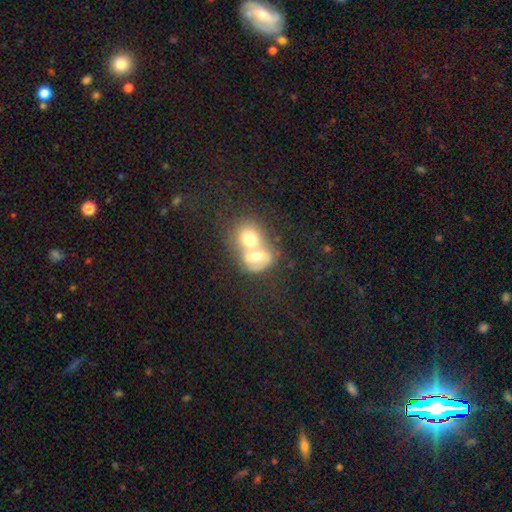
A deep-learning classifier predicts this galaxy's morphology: Smooth or featured? Predicted: smooth (p=0.56). How rounded? Predicted: round (p=0.57). Merging? Predicted: merger (p=0.75).